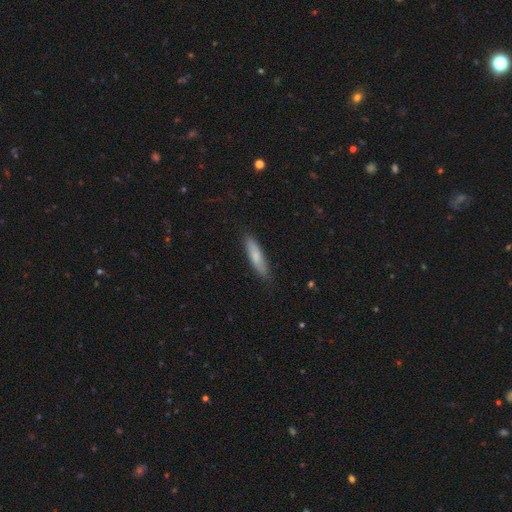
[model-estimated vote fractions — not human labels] smooth_or_featured: smooth (p=0.76) [alt: featured or disk p=0.18]
how_rounded: cigar-shaped (p=0.76) [alt: in between p=0.23]
merging: none (p=0.85) [alt: minor disturbance p=0.12]